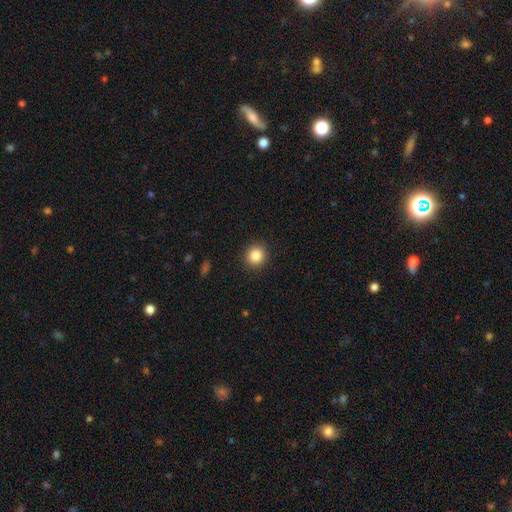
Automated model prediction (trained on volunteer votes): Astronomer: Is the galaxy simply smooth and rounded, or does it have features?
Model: smooth — 85%.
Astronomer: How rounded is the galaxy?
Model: round — 89%.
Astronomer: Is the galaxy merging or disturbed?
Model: none — 91%.